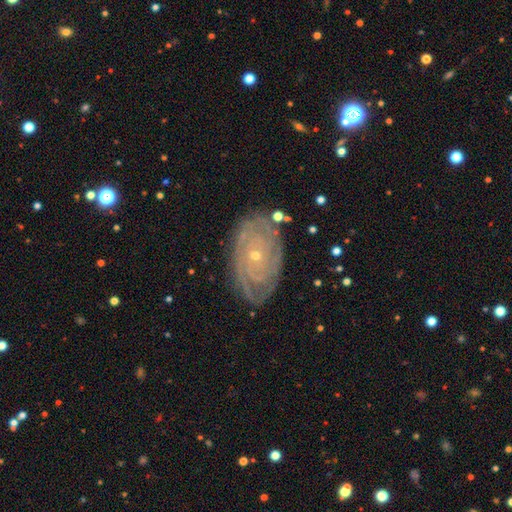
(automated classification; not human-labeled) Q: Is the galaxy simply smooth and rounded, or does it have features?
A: featured or disk — 86%.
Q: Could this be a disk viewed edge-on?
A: no — 95%.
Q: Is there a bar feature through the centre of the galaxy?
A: no — 81%.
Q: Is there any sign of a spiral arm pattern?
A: yes — 95%.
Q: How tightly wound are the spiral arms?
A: tight — 84%.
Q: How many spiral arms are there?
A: can't tell — 32%.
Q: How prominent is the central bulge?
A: small — 79%.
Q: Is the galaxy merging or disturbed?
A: none — 80%.